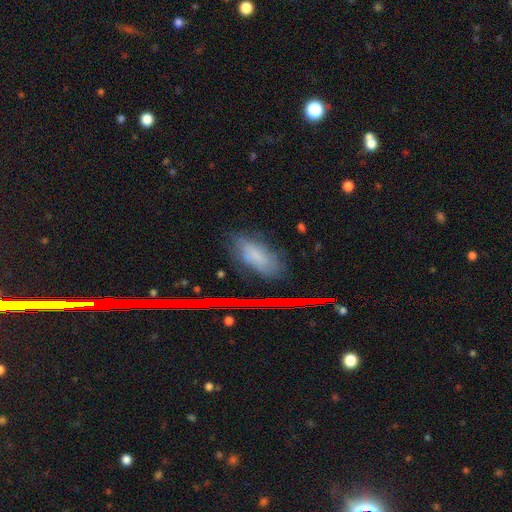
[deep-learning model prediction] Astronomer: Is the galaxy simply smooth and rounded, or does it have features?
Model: smooth — 62%.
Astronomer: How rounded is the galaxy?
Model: in between — 84%.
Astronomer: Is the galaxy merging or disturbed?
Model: none — 69%.